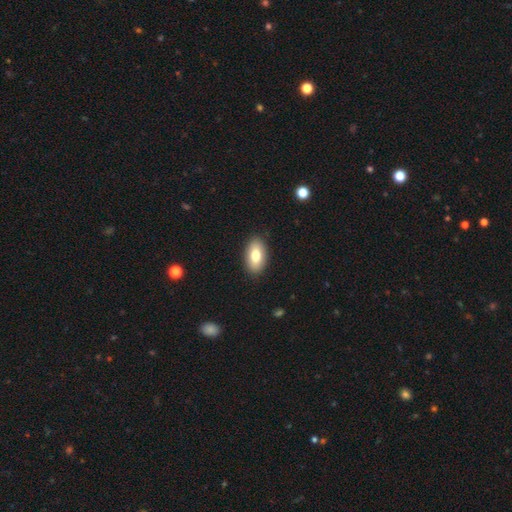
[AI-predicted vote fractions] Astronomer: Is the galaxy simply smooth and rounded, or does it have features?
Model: smooth — 77%.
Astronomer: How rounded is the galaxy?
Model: in between — 92%.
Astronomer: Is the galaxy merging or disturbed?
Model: none — 88%.